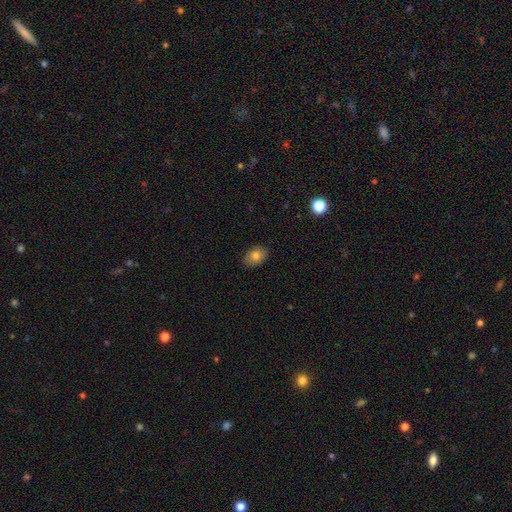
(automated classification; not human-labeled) A smooth galaxy with no disk features (81%) that is in between round and cigar-shaped (82%).

Vote fractions:
- Smooth or featured? smooth: 81% / featured or disk: 10% / star or artifact: 9%
- How rounded? in between: 82% / round: 17% / cigar-shaped: 1%
- Merging? none: 87% / minor disturbance: 10% / major disturbance: 2% / merger: 1%